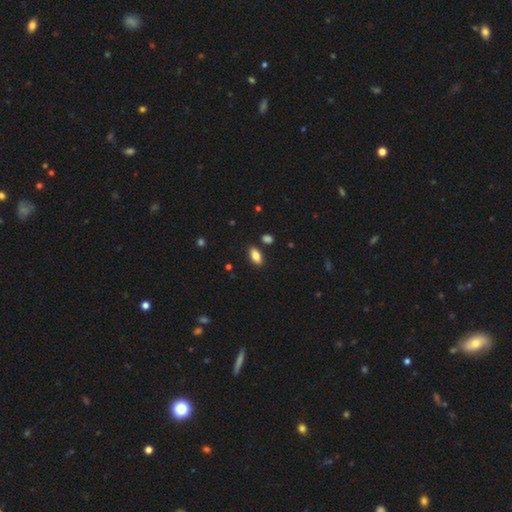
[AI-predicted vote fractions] This is clearly a smooth galaxy (84%). How rounded: clearly in between (90%). Merging: clearly none (85%).